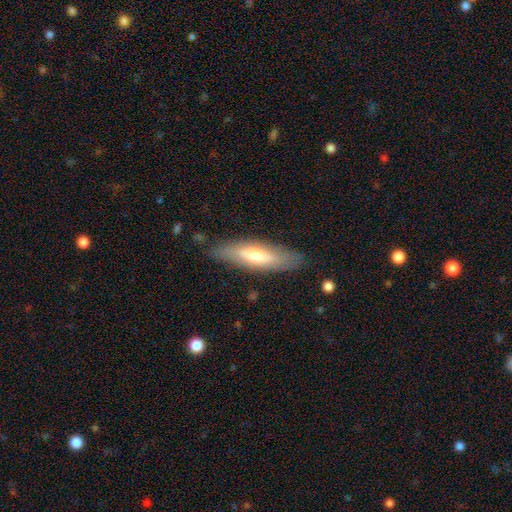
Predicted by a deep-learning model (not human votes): This appears to be a smooth galaxy with no disk features (54%) that is cigar-shaped (56%). Merging: none (82%).